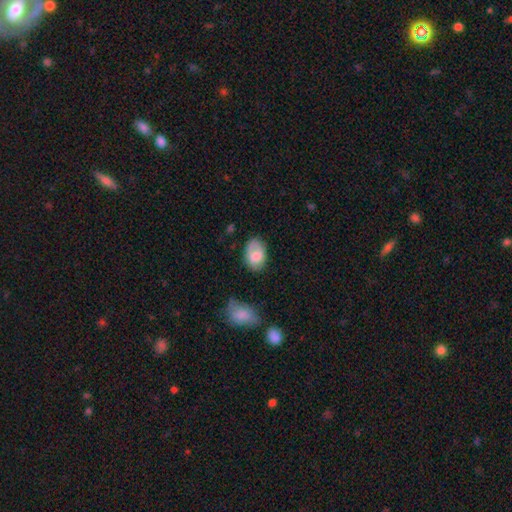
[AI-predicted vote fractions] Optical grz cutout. It shows a smooth galaxy with no disk features (74%) that is in between round and cigar-shaped (85%). Merging: none (60%).